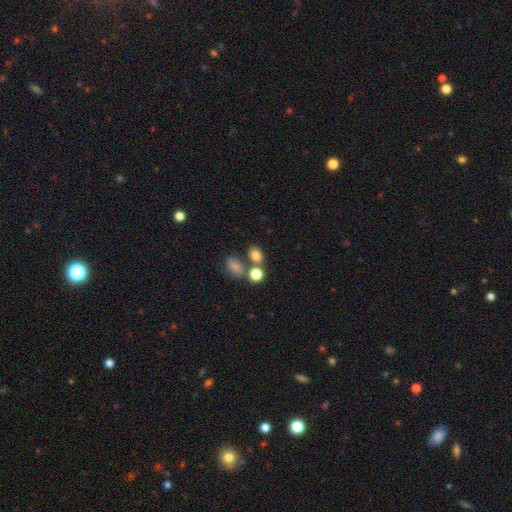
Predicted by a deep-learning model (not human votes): A smooth galaxy with no disk features (78%) that is in between round and cigar-shaped (66%). Merging: none (57%).